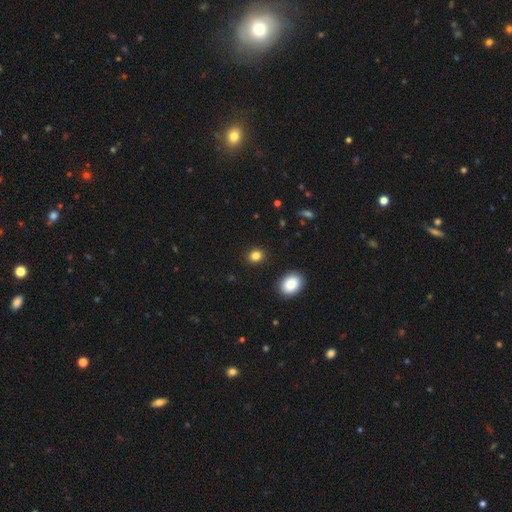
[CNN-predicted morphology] smooth 84%, star or artifact 12%, featured or disk 4%. Down the decision tree: how rounded — round (74%); merging — none (90%).